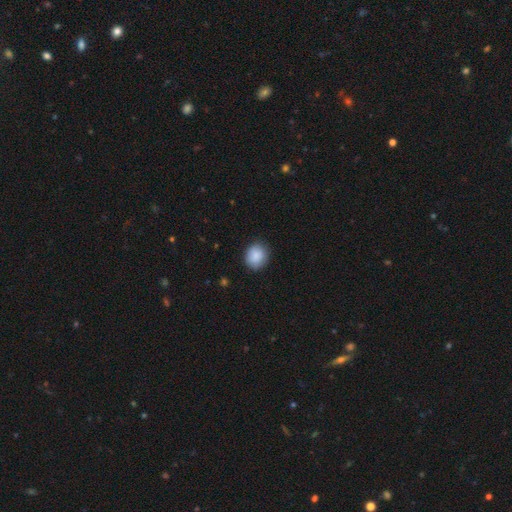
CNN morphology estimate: Smooth or featured: smooth — 89% (star or artifact — 7%)
How rounded: round — 74% (in between — 25%)
Merging: none — 85% (minor disturbance — 11%)